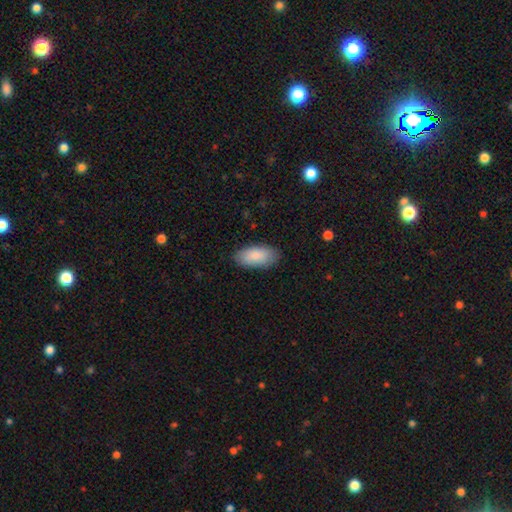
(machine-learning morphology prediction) A smooth galaxy with no disk features (88%) that is in between round and cigar-shaped (92%). Merging: none (86%).